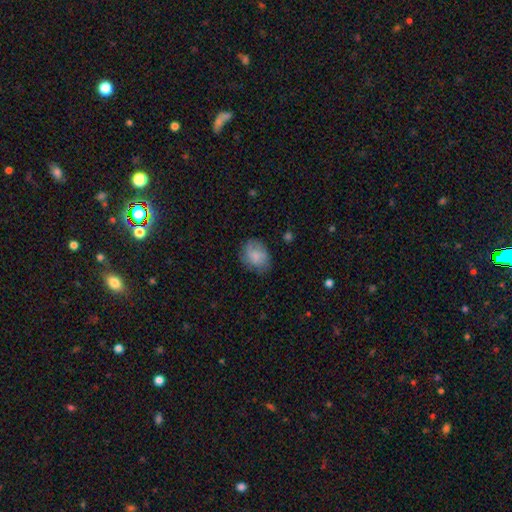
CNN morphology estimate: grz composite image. It shows a smooth galaxy with no disk features (75%) that is in between round and cigar-shaped (61%). Merging: none (71%).